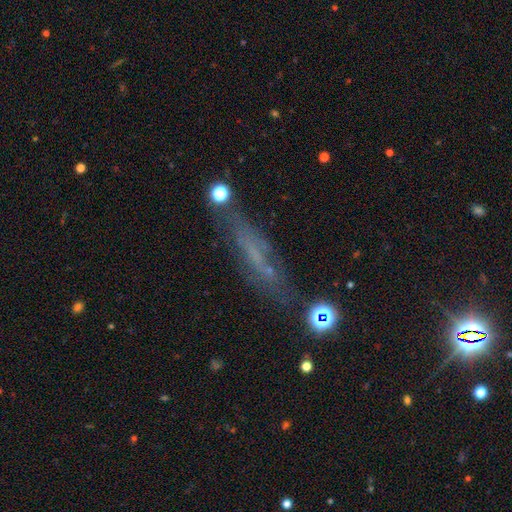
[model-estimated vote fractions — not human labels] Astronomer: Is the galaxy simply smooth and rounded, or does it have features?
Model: featured or disk — 41% (runner-up: smooth, 37%).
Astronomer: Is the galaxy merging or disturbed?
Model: none — 66%.